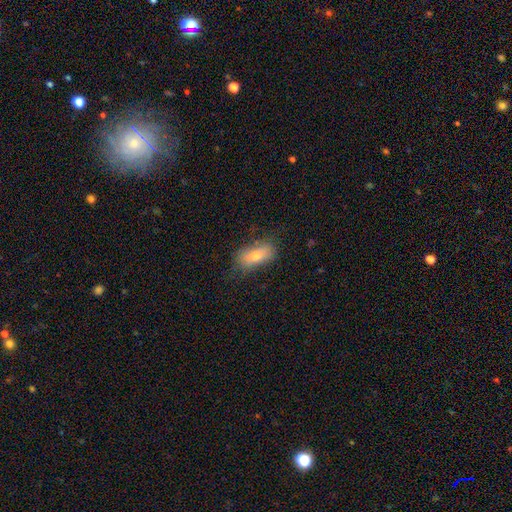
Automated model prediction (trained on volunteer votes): Smooth or featured?
  - smooth: 71% *
  - featured or disk: 20%
  - star or artifact: 9%
How rounded?
  - in between: 86% *
  - cigar-shaped: 7%
  - round: 6%
Merging?
  - none: 70% *
  - minor disturbance: 22%
  - major disturbance: 7%
  - merger: 1%